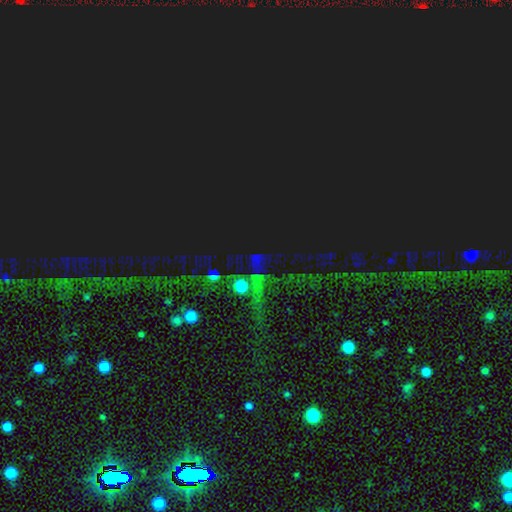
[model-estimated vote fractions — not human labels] Smooth or featured? star or artifact (81%)